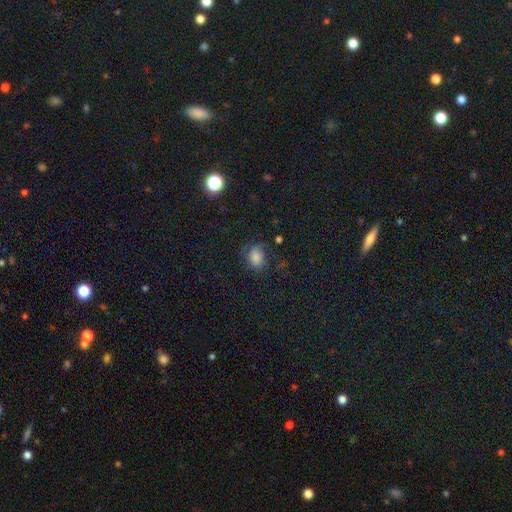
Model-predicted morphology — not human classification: The model was most divided on "merging": none: 57%, minor disturbance: 24%, major disturbance: 17%, merger: 3%. More confident: how rounded — in between (73%); smooth or featured — smooth (61%).